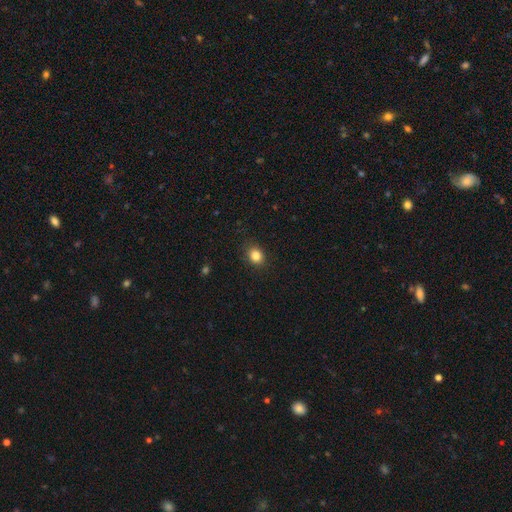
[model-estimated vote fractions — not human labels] smooth_or_featured: smooth (p=0.84) [alt: star or artifact p=0.11]
how_rounded: round (p=0.61) [alt: in between p=0.39]
merging: none (p=0.88) [alt: minor disturbance p=0.09]